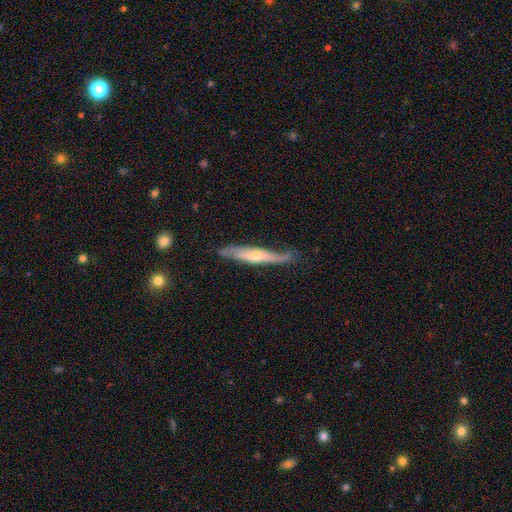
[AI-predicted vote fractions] Smooth or featured? featured or disk (67%)
Edge-on disk? yes (71%)
Merging? none (65%)